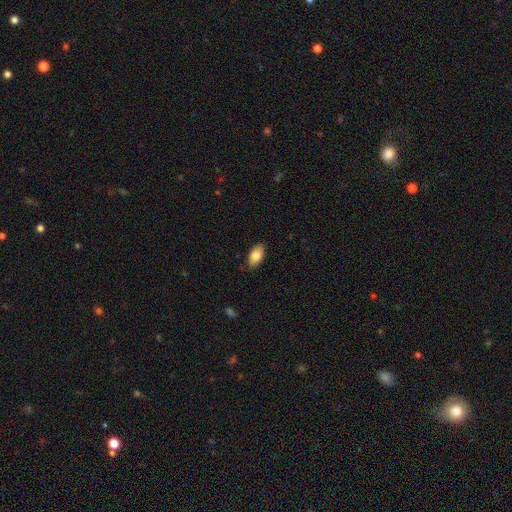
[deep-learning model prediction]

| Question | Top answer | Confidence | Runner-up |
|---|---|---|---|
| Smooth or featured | smooth | 81% | featured or disk (12%) |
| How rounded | in between | 92% | cigar-shaped (5%) |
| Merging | none | 85% | minor disturbance (12%) |